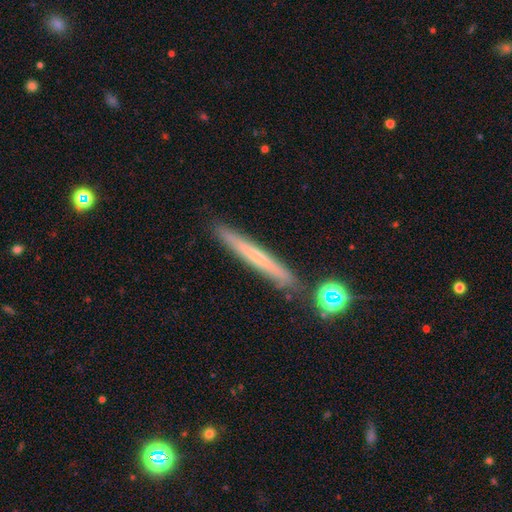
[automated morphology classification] smooth_or_featured: smooth (p=0.47) [alt: featured or disk p=0.44]
merging: none (p=0.87) [alt: minor disturbance p=0.09]